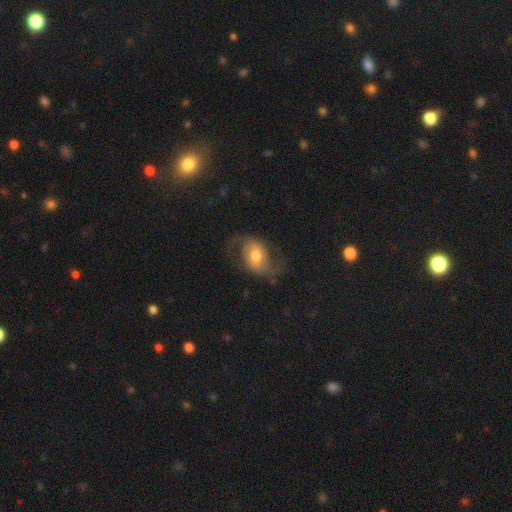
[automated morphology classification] Q: Smooth or featured?
A: featured or disk (70%); runner-up: smooth (24%)
Q: Edge-on disk?
A: no (96%); runner-up: yes (4%)
Q: Bar?
A: no (42%); runner-up: weak (41%)
Q: Spiral arms?
A: yes (84%); runner-up: no (16%)
Q: Spiral winding?
A: loose (47%); runner-up: medium (42%)
Q: Spiral arm count?
A: 2 (90%); runner-up: can't tell (5%)
Q: Bulge size?
A: moderate (70%); runner-up: large (15%)
Q: Merging?
A: none (65%); runner-up: minor disturbance (17%)